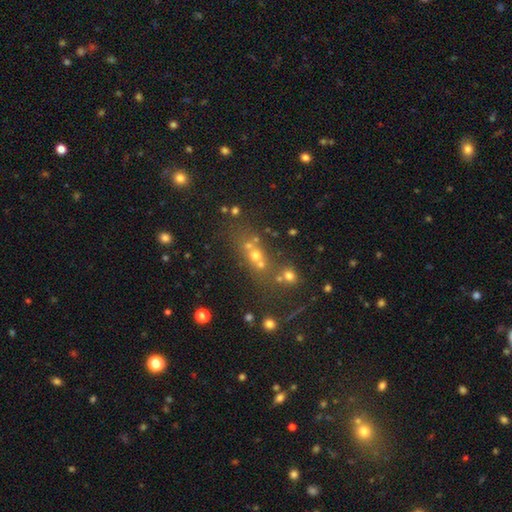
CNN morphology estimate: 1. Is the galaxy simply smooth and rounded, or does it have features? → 44% smooth, 34% star or artifact, 22% featured or disk.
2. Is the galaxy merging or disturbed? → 45% none, 38% merger, 10% minor disturbance, 7% major disturbance.